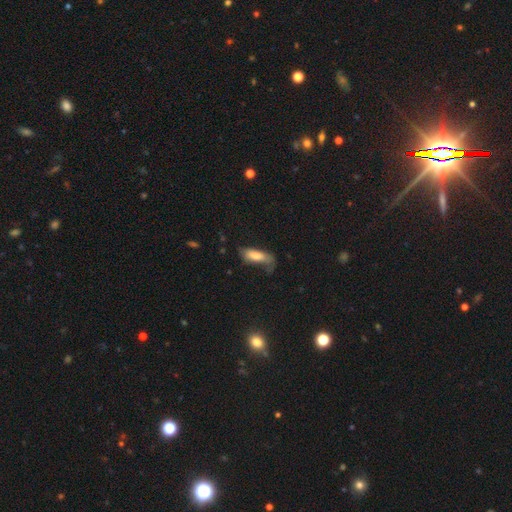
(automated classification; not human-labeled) Smooth or featured: smooth — 75% (featured or disk — 18%)
How rounded: in between — 68% (cigar-shaped — 30%)
Merging: none — 39% (minor disturbance — 31%)